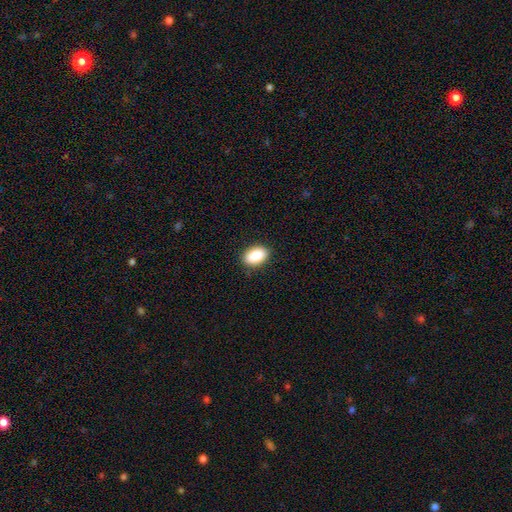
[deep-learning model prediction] Overall: smooth (88%). How rounded: in between (90%). Merging: none (89%).